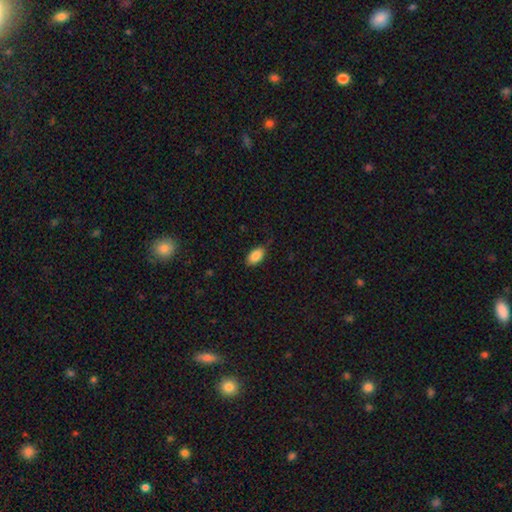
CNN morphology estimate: A smooth galaxy with no disk features (88%) that is in between round and cigar-shaped (93%).

Vote fractions:
- Smooth or featured? smooth: 88% / star or artifact: 7% / featured or disk: 5%
- How rounded? in between: 93% / round: 5% / cigar-shaped: 2%
- Merging? none: 81% / minor disturbance: 15% / major disturbance: 3% / merger: 1%